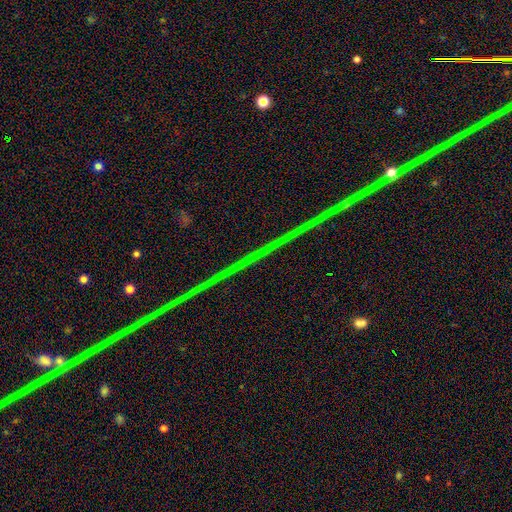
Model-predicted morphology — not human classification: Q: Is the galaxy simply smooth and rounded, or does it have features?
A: star or artifact — 88%.